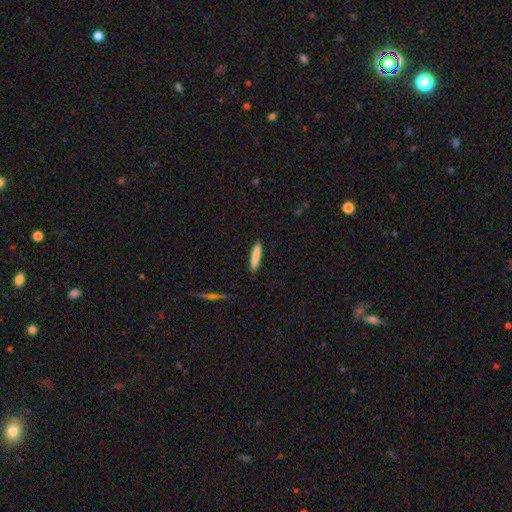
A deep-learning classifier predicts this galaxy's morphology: Overall: smooth (83%). How rounded: cigar-shaped (88%). Merging: none (88%).